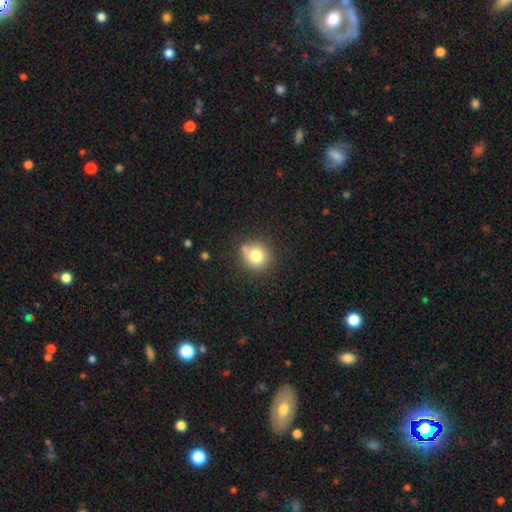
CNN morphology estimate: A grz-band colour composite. It shows a smooth galaxy with no disk features (79%) that is round (87%). Merging: none (70%).